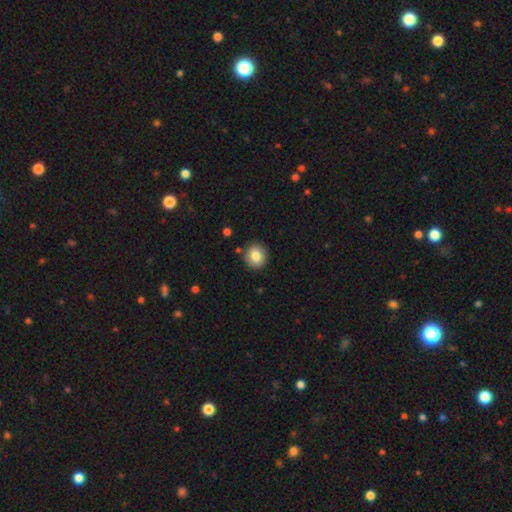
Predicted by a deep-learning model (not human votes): A smooth galaxy with no disk features (83%) that is round (83%).

Vote fractions:
- Smooth or featured? smooth: 83% / star or artifact: 9% / featured or disk: 8%
- How rounded? round: 83% / in between: 16% / cigar-shaped: 1%
- Merging? none: 88% / minor disturbance: 8% / merger: 2% / major disturbance: 2%